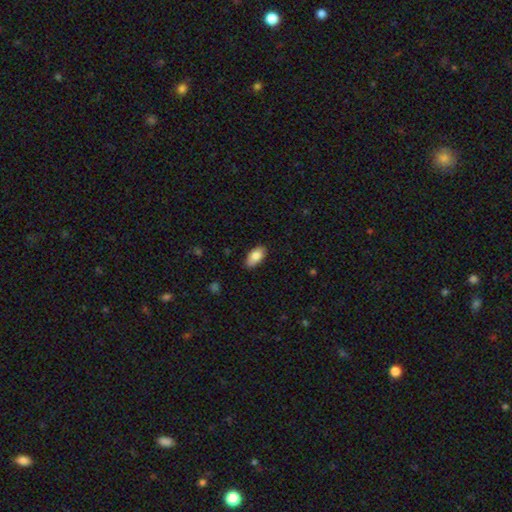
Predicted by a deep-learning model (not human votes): Smooth or featured: smooth — 83% (featured or disk — 10%)
How rounded: in between — 92% (cigar-shaped — 4%)
Merging: none — 82% (minor disturbance — 15%)